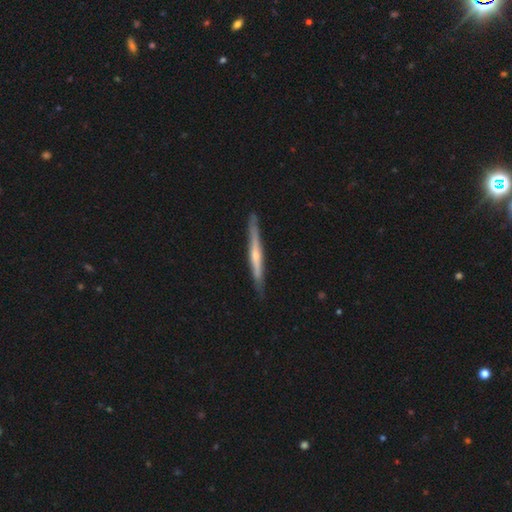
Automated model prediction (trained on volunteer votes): featured or disk 66%, smooth 29%, star or artifact 5%. Down the decision tree: edge-on disk — yes (96%); edge-on bulge — rounded (62%); merging — none (86%).